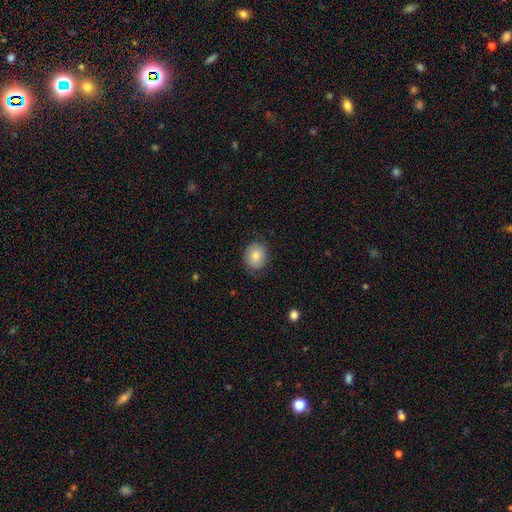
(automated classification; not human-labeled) Overall: smooth (79%). How rounded: round (64%; in between 35%). Merging: none (74%).